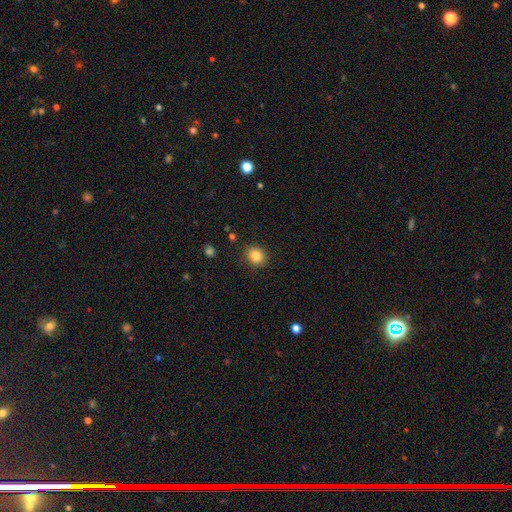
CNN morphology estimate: Smooth or featured? smooth (85%)
How rounded? round (69%)
Merging? none (87%)